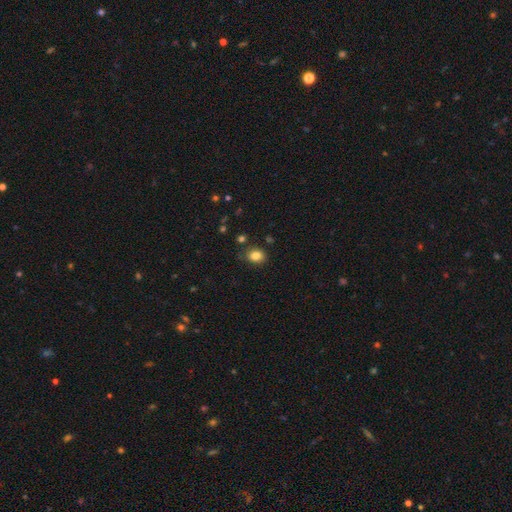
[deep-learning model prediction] Smooth or featured: smooth — 84% (star or artifact — 10%)
How rounded: in between — 60% (round — 39%)
Merging: none — 77% (minor disturbance — 16%)